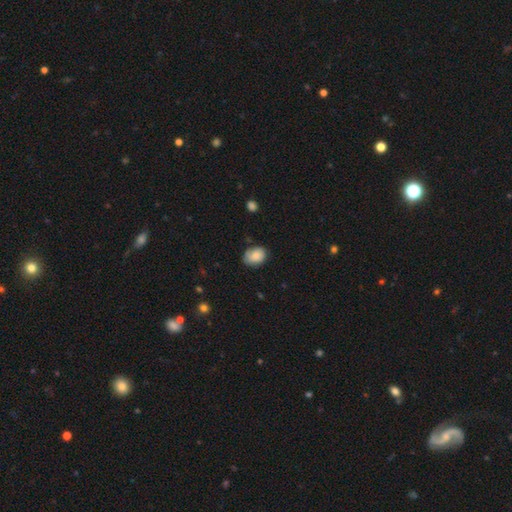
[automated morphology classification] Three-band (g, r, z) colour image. It shows a smooth galaxy with no disk features (80%) that is in between round and cigar-shaped (67%). Merging: none (67%).